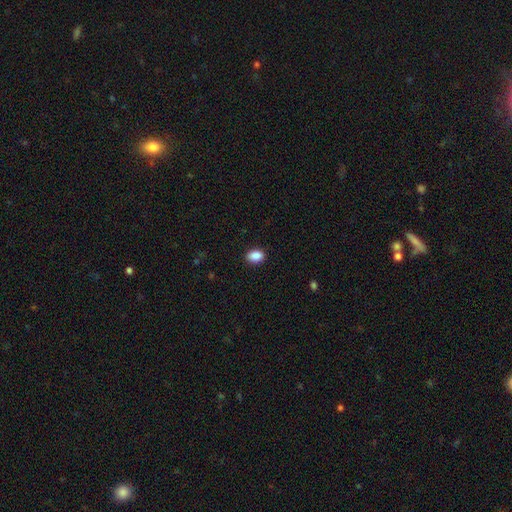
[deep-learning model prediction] Smooth or featured? smooth (89%)
How rounded? in between (80%)
Merging? none (89%)